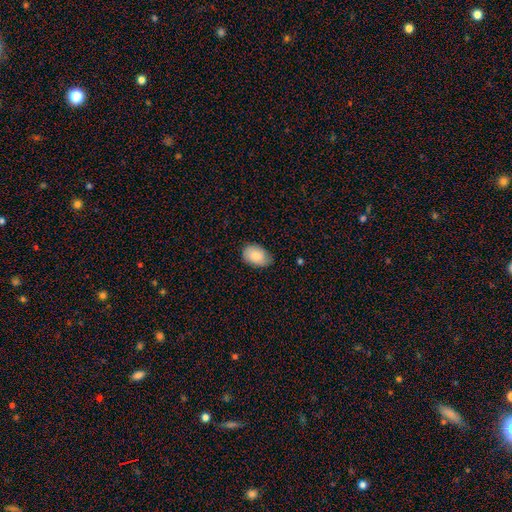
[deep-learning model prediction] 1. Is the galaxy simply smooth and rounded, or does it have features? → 82% smooth, 11% featured or disk, 7% star or artifact.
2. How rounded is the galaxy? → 87% in between, 12% round, 1% cigar-shaped.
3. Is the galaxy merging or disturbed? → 71% none, 24% minor disturbance, 3% major disturbance, 1% merger.